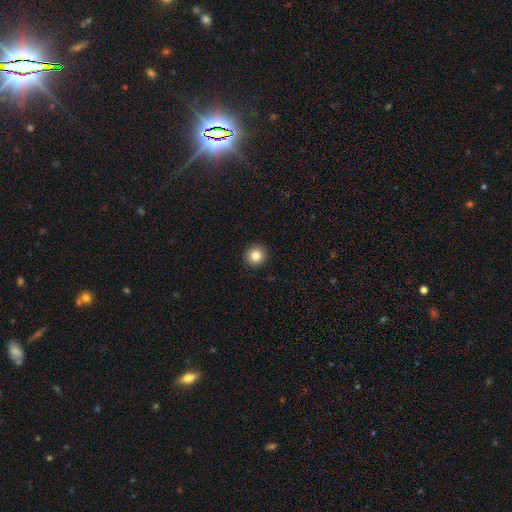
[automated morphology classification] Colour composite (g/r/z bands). It shows a smooth galaxy with no disk features (84%) that is round (93%). Merging: none (93%).